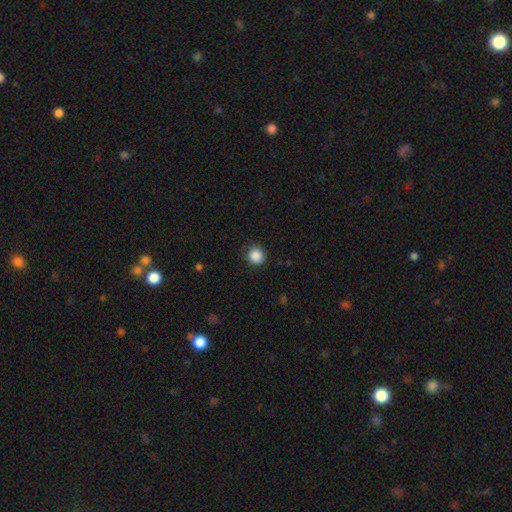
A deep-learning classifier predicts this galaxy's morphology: Smooth or featured: smooth — 88% (star or artifact — 10%)
How rounded: round — 92% (in between — 7%)
Merging: none — 89% (minor disturbance — 8%)